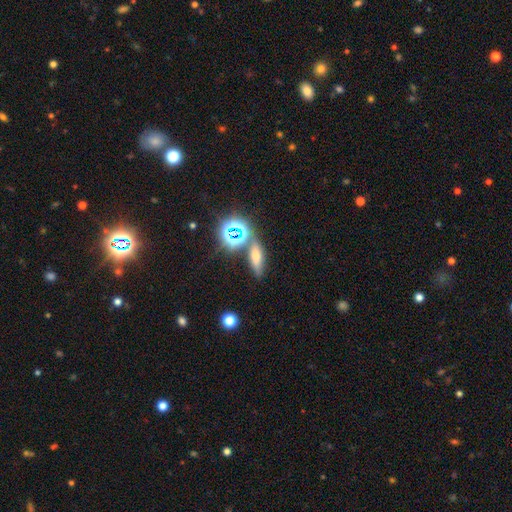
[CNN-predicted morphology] Overall: smooth (48%; star or artifact 28%). Merging: none (72%).